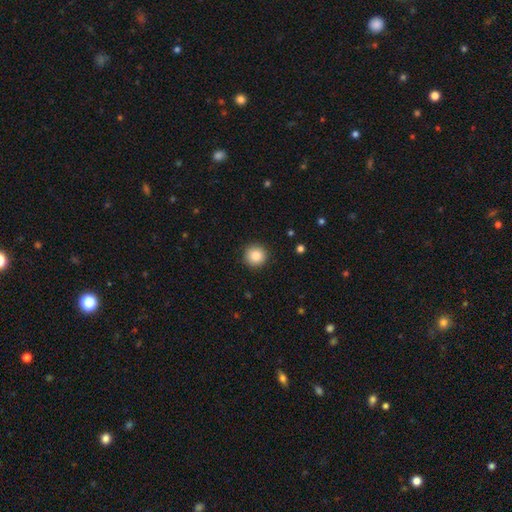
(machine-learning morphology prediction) smooth_or_featured: smooth (p=0.86) [alt: star or artifact p=0.09]
how_rounded: round (p=0.95) [alt: in between p=0.04]
merging: none (p=0.92) [alt: minor disturbance p=0.06]